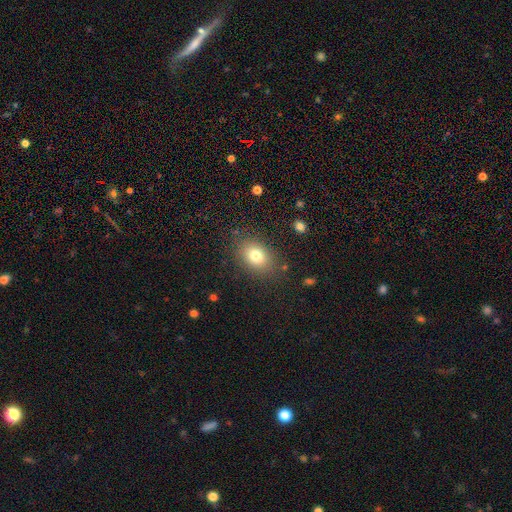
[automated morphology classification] Smooth or featured: smooth — 77% (star or artifact — 12%)
How rounded: in between — 67% (round — 32%)
Merging: none — 84% (minor disturbance — 10%)